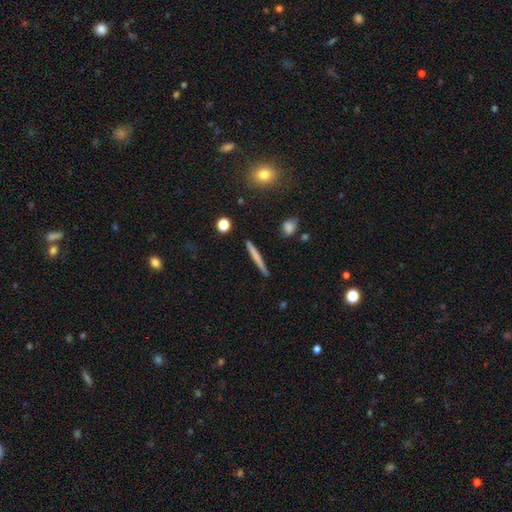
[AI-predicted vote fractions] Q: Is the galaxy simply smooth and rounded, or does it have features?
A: smooth — 59%.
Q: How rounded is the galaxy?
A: cigar-shaped — 95%.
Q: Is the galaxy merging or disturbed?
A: none — 90%.